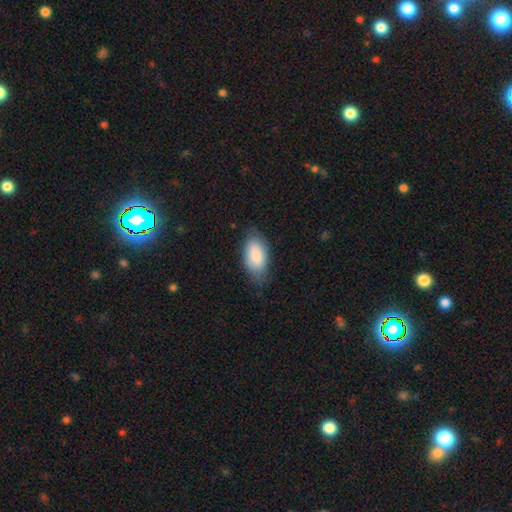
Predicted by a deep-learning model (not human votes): A smooth galaxy with no disk features (84%) that is in between round and cigar-shaped (94%).

Vote fractions:
- Smooth or featured? smooth: 84% / featured or disk: 10% / star or artifact: 6%
- How rounded? in between: 94% / cigar-shaped: 4% / round: 3%
- Merging? none: 76% / minor disturbance: 19% / major disturbance: 4% / merger: 1%